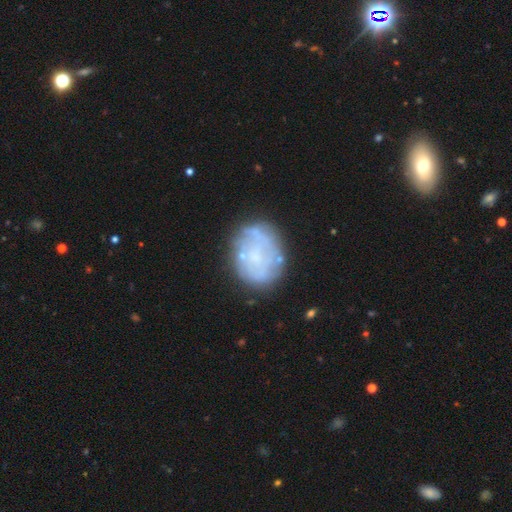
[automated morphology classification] This appears to be a featured or disk galaxy (56%) with no bar (82%), no spiral arms (66%) and a small central bulge (43%). Merging: none (66%).